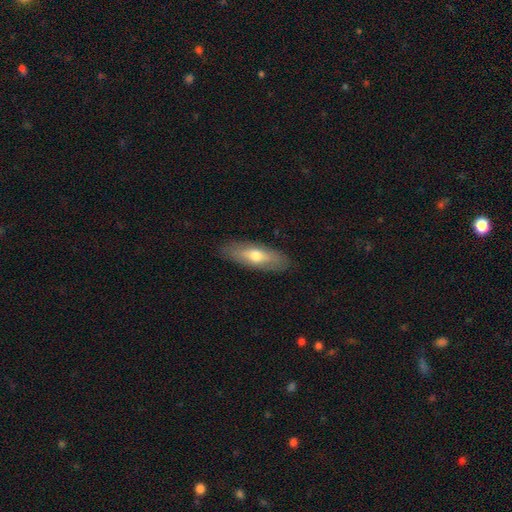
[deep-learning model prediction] Smooth or featured: smooth — 60% (featured or disk — 34%)
How rounded: in between — 61% (cigar-shaped — 36%)
Merging: none — 85% (minor disturbance — 11%)